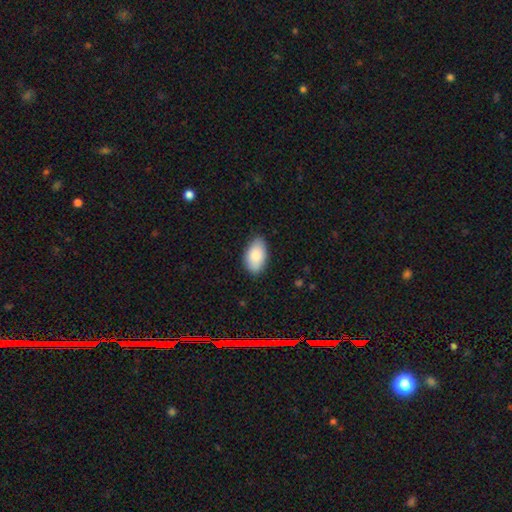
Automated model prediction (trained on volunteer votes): This is clearly a smooth galaxy (87%). How rounded: clearly in between (94%). Merging: clearly none (81%).